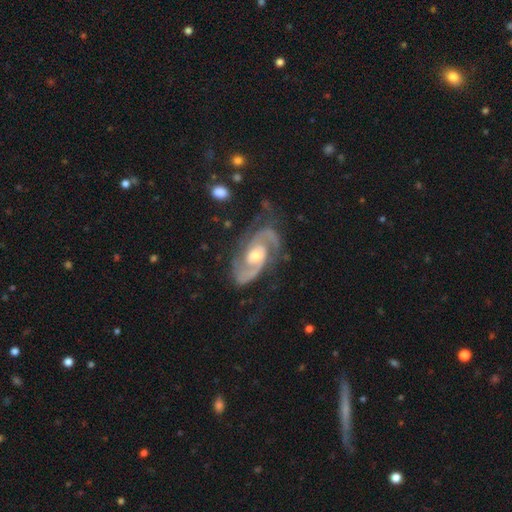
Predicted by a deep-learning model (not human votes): This is clearly a featured or disk galaxy (93%). It is clearly not viewed edge-on (97%). Bar: possibly no (52%). Spiral arm pattern: clearly yes (98%). Spiral arm count: clearly 2 (83%). Spiral winding: possibly medium (49%). Central bulge: likely moderate (67%). Merging: likely none (69%).